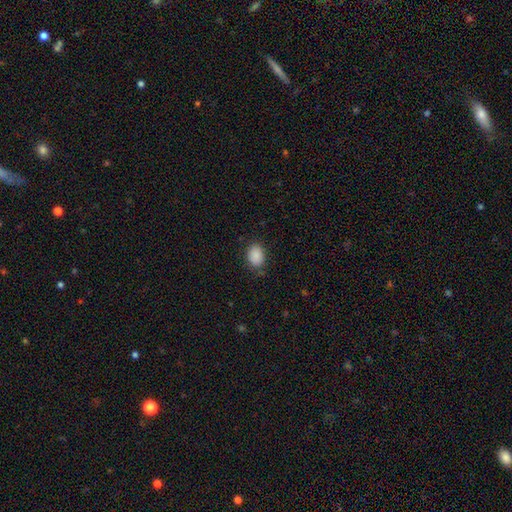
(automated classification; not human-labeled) Smooth or featured?
  - smooth: 89% *
  - star or artifact: 8%
  - featured or disk: 3%
How rounded?
  - in between: 73% *
  - round: 26%
  - cigar-shaped: 1%
Merging?
  - none: 80% *
  - minor disturbance: 15%
  - major disturbance: 4%
  - merger: 1%